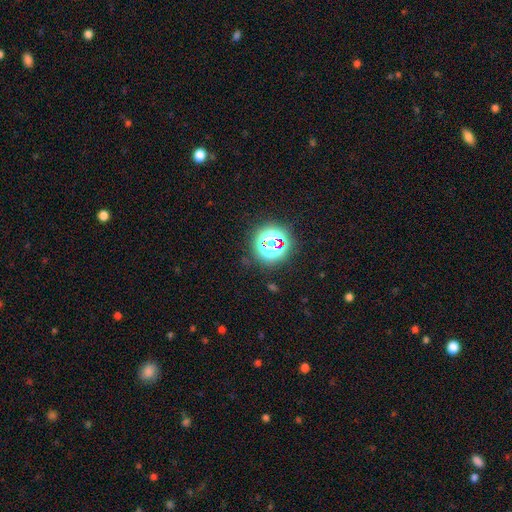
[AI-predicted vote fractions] Smooth or featured?
  - star or artifact: 77% *
  - smooth: 17%
  - featured or disk: 6%